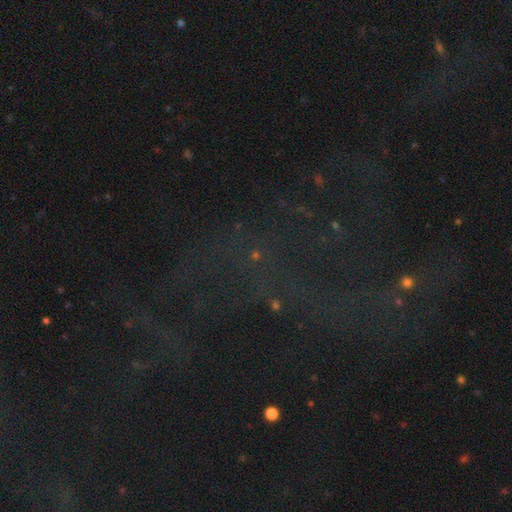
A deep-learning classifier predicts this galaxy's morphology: A star or artifact, not a galaxy (67%).